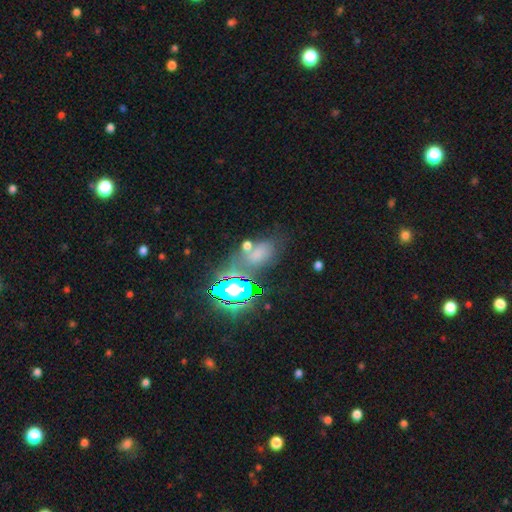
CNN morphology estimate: smooth 51%, star or artifact 36%, featured or disk 13%. Down the decision tree: how rounded — in between (81%); merging — none (54%).